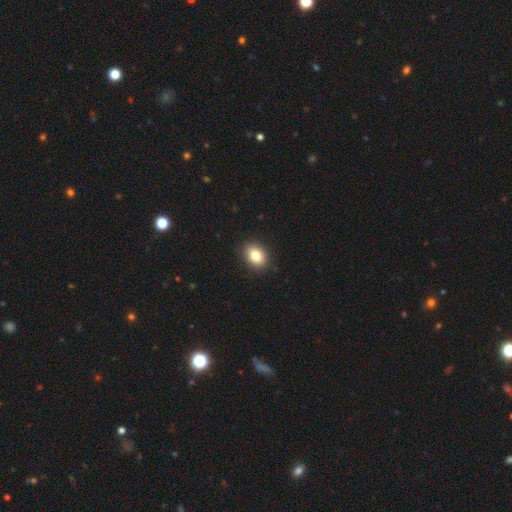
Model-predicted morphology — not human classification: This is clearly a smooth galaxy (82%). How rounded: likely in between (70%). Merging: clearly none (89%).